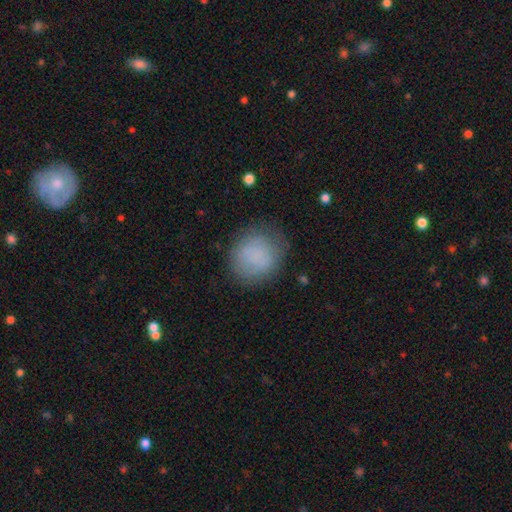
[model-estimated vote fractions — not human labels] Smooth or featured? smooth (80%)
How rounded? round (81%)
Merging? none (71%)